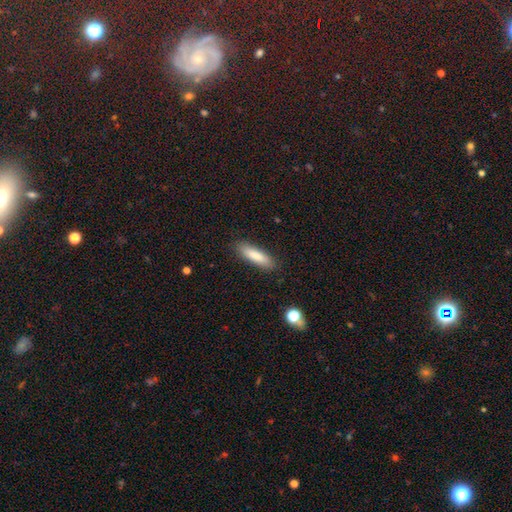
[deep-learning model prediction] This is clearly a smooth galaxy (84%). How rounded: likely cigar-shaped (63%). Merging: clearly none (87%).